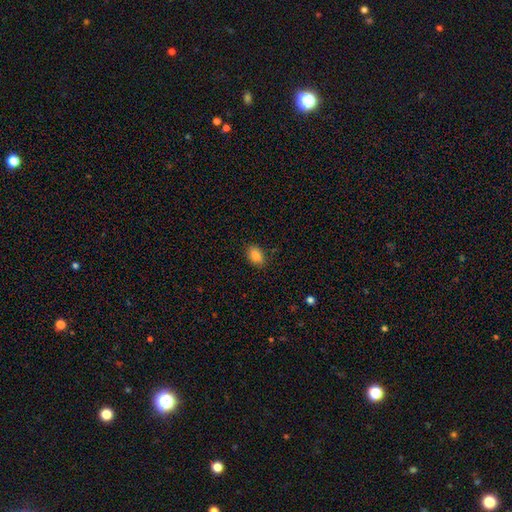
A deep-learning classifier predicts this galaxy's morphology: Q: Smooth or featured?
A: smooth (85%); runner-up: star or artifact (9%)
Q: How rounded?
A: in between (84%); runner-up: round (14%)
Q: Merging?
A: none (87%); runner-up: minor disturbance (10%)